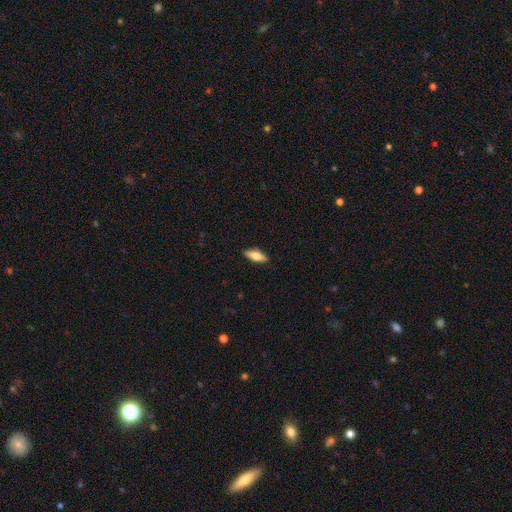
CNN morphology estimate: A smooth galaxy with no disk features (67%) that is in between round and cigar-shaped (66%).

Vote fractions:
- Smooth or featured? smooth: 67% / featured or disk: 27% / star or artifact: 6%
- How rounded? in between: 66% / cigar-shaped: 32% / round: 2%
- Merging? none: 89% / minor disturbance: 9% / major disturbance: 2% / merger: 1%